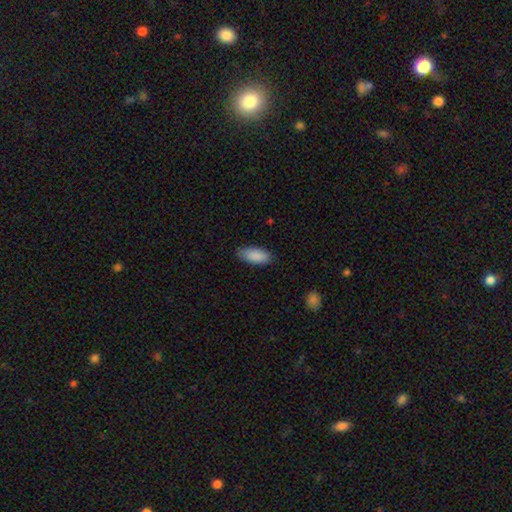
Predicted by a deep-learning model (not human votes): A smooth galaxy with no disk features (90%) that is in between round and cigar-shaped (86%).

Vote fractions:
- Smooth or featured? smooth: 90% / star or artifact: 6% / featured or disk: 5%
- How rounded? in between: 86% / cigar-shaped: 13% / round: 2%
- Merging? none: 83% / minor disturbance: 14% / major disturbance: 2% / merger: 1%